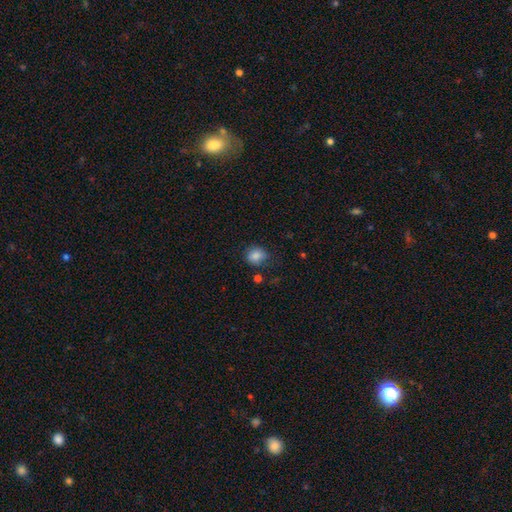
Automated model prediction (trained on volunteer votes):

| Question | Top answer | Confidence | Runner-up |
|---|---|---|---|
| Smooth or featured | smooth | 84% | star or artifact (10%) |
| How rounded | round | 66% | in between (34%) |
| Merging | none | 71% | minor disturbance (20%) |